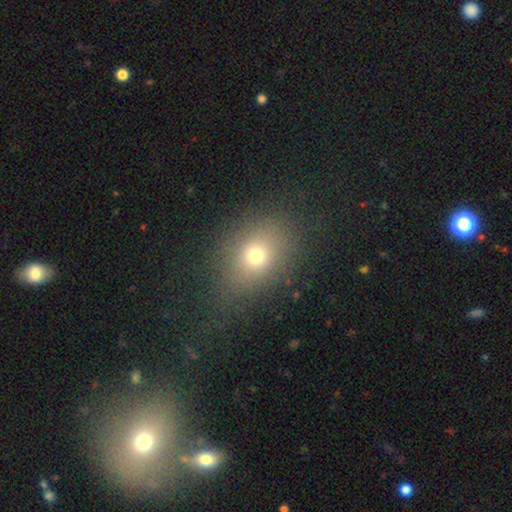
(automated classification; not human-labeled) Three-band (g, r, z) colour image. It shows a smooth galaxy with no disk features (71%) that is in between round and cigar-shaped (52%). Merging: none (80%).